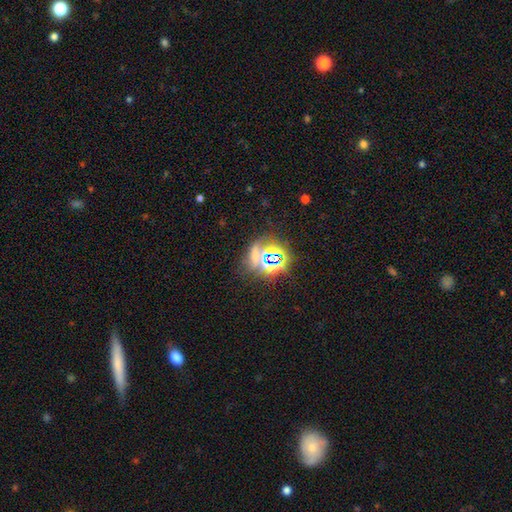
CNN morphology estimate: Smooth or featured?
  - star or artifact: 68% *
  - smooth: 22%
  - featured or disk: 10%